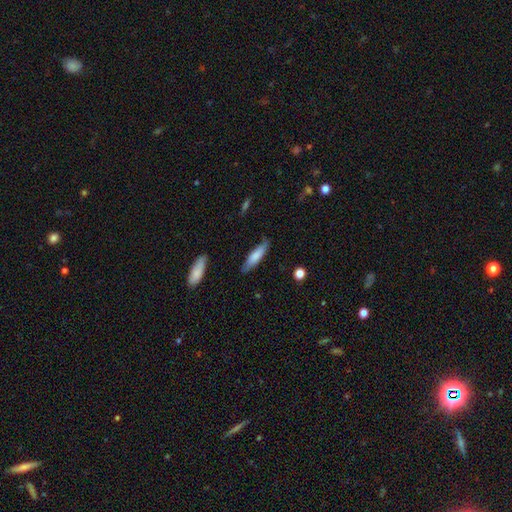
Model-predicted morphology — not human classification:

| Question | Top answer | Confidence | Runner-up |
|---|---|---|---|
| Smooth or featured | smooth | 75% | featured or disk (19%) |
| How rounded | cigar-shaped | 69% | in between (29%) |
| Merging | none | 78% | minor disturbance (17%) |